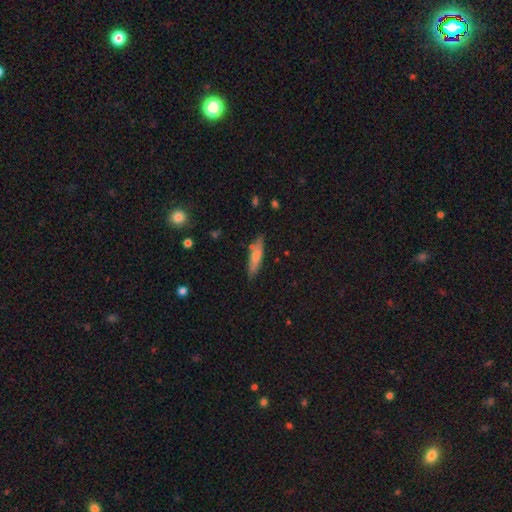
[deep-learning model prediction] A smooth galaxy with no disk features (60%) that is cigar-shaped (77%).

Vote fractions:
- Smooth or featured? smooth: 60% / featured or disk: 33% / star or artifact: 7%
- How rounded? cigar-shaped: 77% / in between: 21% / round: 2%
- Merging? none: 83% / minor disturbance: 12% / merger: 3% / major disturbance: 2%